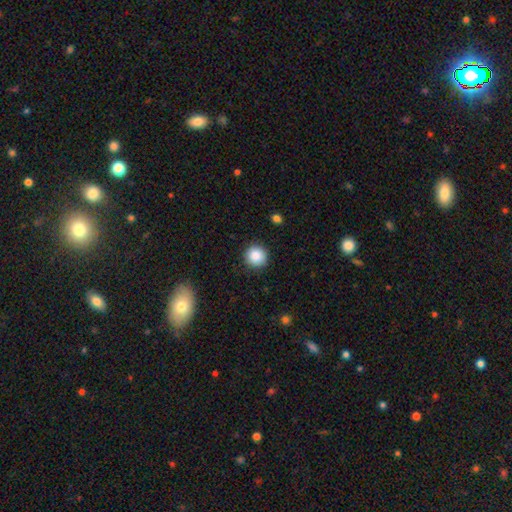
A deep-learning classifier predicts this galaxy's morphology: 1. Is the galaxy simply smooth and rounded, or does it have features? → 86% smooth, 9% star or artifact, 5% featured or disk.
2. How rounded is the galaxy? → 94% round, 5% in between, 1% cigar-shaped.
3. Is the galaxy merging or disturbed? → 90% none, 7% minor disturbance, 2% major disturbance, 1% merger.